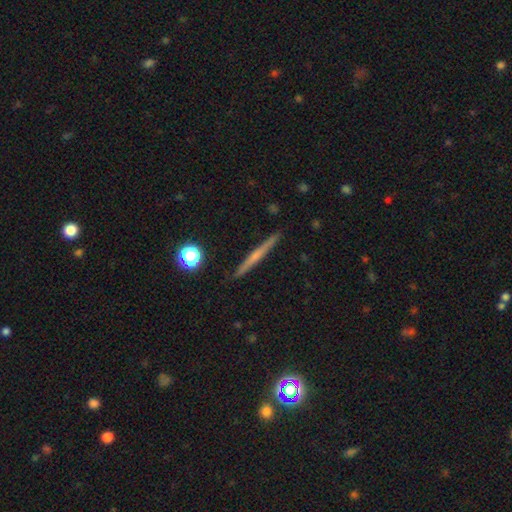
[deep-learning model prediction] This appears to be a featured or disk galaxy (58%) viewed edge-on (98%) with no central bulge (49%). Merging: none (91%).